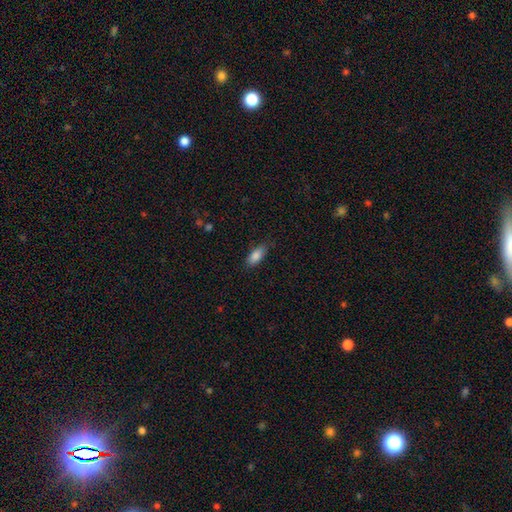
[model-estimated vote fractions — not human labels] Morphology: type=smooth (86%); roundness=in between (81%); merging=none (81%).